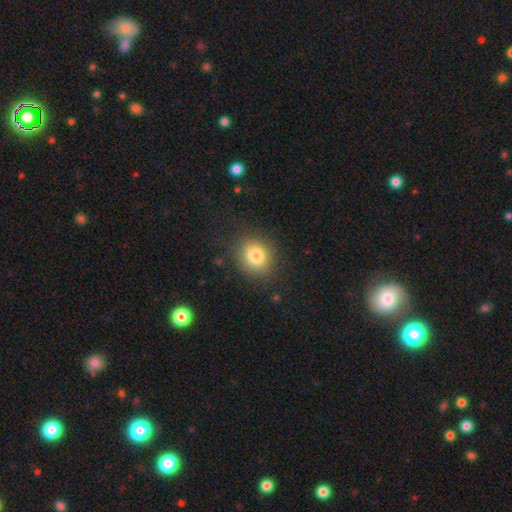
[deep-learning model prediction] Morphology: type=smooth (81%); roundness=round (74%); merging=none (86%).